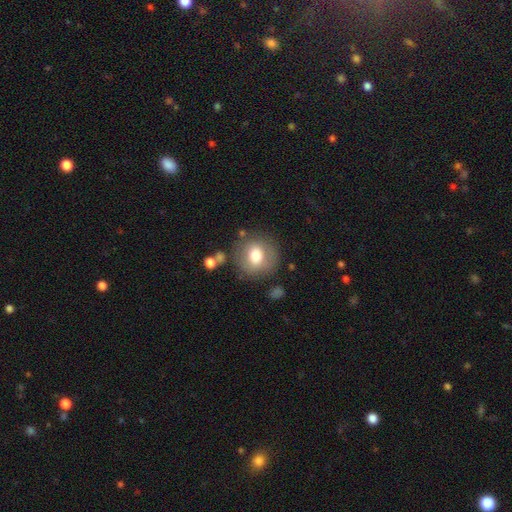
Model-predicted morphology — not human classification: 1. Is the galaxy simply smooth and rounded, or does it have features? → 70% smooth, 21% featured or disk, 9% star or artifact.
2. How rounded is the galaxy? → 84% round, 15% in between, 1% cigar-shaped.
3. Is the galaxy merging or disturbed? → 78% none, 13% minor disturbance, 6% major disturbance, 4% merger.